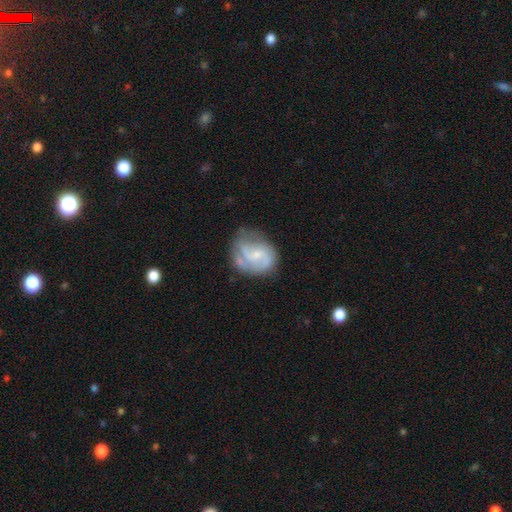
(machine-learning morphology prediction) featured or disk 70%, smooth 23%, star or artifact 7%. Down the decision tree: edge-on disk — no (98%); bar — no (56%); spiral arms — yes (86%); spiral arm count — 2 (58%); spiral winding — medium (46%); bulge size — small (62%); merging — none (53%).